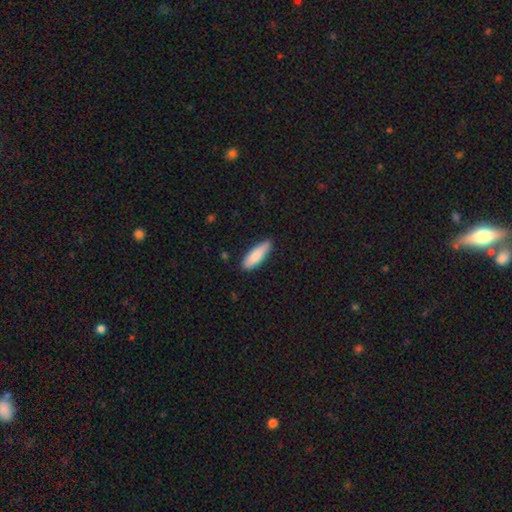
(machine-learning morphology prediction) The model was most divided on "how rounded": in between: 50%, cigar-shaped: 48%, round: 2%. More confident: smooth or featured — smooth (84%); merging — none (78%).